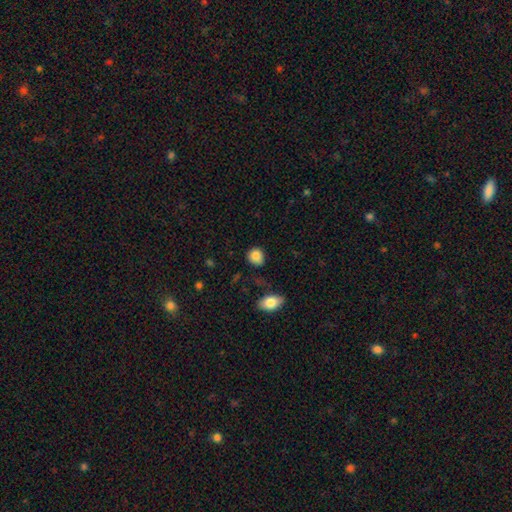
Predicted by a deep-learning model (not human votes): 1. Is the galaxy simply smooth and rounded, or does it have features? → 85% smooth, 9% star or artifact, 6% featured or disk.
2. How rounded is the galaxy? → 77% round, 22% in between, 1% cigar-shaped.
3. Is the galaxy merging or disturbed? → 78% none, 15% minor disturbance, 4% major disturbance, 3% merger.